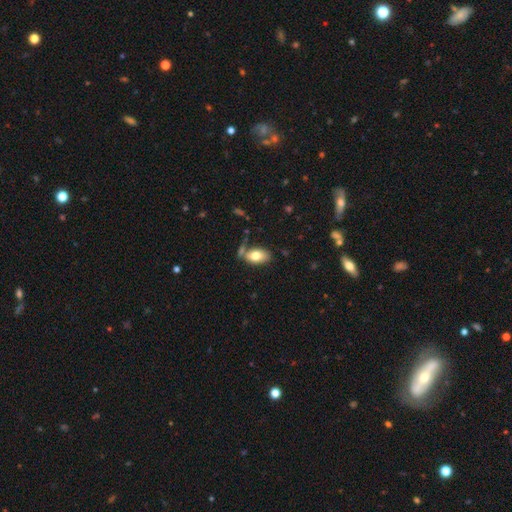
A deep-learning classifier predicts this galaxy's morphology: Smooth or featured?
  - smooth: 76% *
  - featured or disk: 17%
  - star or artifact: 7%
How rounded?
  - in between: 91% *
  - round: 7%
  - cigar-shaped: 2%
Merging?
  - none: 61% *
  - minor disturbance: 16%
  - merger: 16%
  - major disturbance: 7%